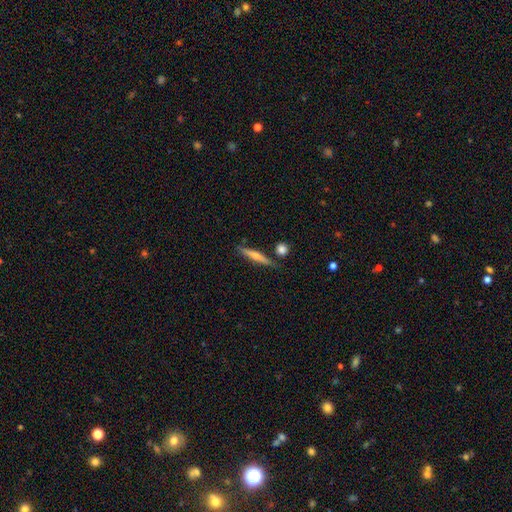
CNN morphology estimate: smooth_or_featured: featured or disk (p=0.52) [alt: smooth p=0.42]
disk_edge_on: yes (p=0.95) [alt: no p=0.05]
merging: none (p=0.81) [alt: minor disturbance p=0.11]